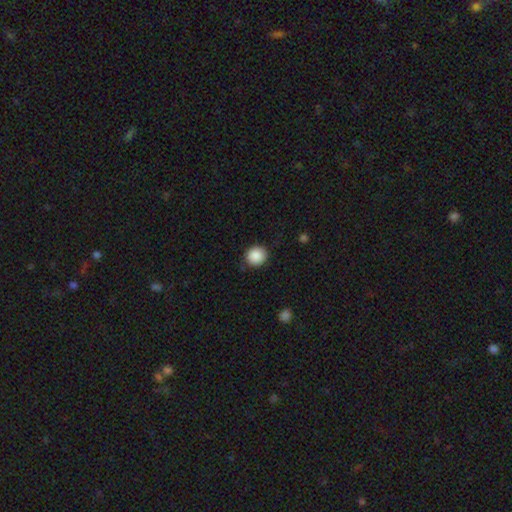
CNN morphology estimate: Q: Smooth or featured?
A: smooth (89%); runner-up: star or artifact (8%)
Q: How rounded?
A: round (89%); runner-up: in between (10%)
Q: Merging?
A: none (88%); runner-up: minor disturbance (9%)